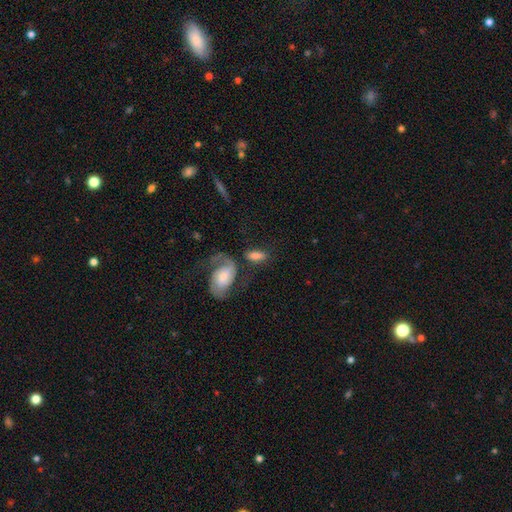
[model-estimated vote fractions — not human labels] Morphology: type=smooth (58%); roundness=in between (81%); merging=none (47%).